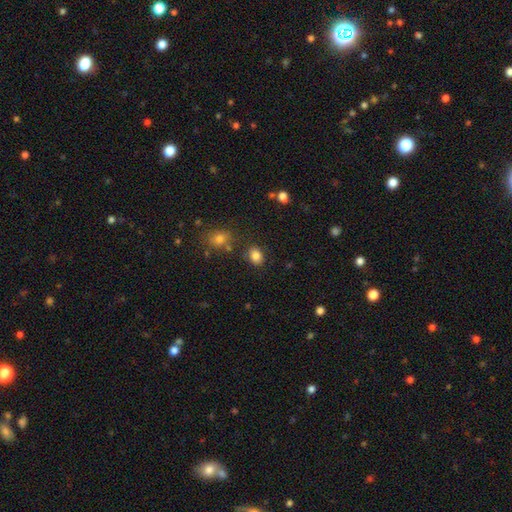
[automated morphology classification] Smooth or featured: smooth — 83% (star or artifact — 11%)
How rounded: in between — 55% (round — 44%)
Merging: none — 81% (minor disturbance — 11%)